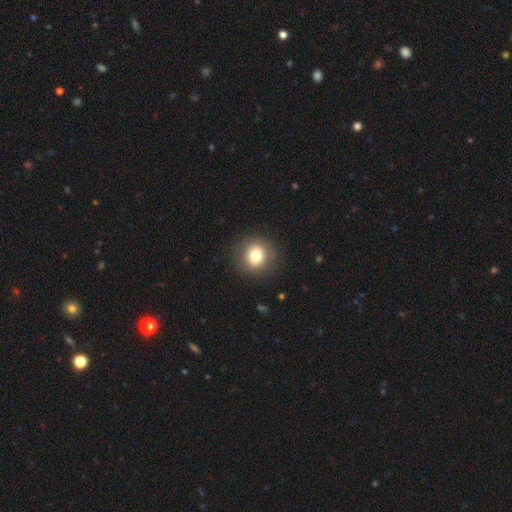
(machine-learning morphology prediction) type=smooth (78%); roundness=round (86%); merging=none (89%).